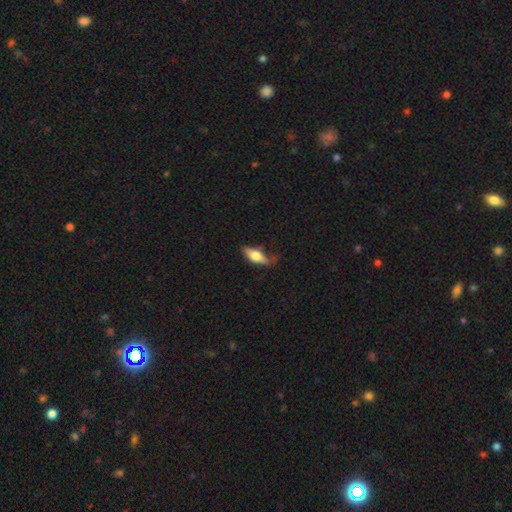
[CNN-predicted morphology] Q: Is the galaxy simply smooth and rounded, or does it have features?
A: smooth — 57%.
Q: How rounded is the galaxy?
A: in between — 67%.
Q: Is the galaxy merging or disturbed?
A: none — 53%.